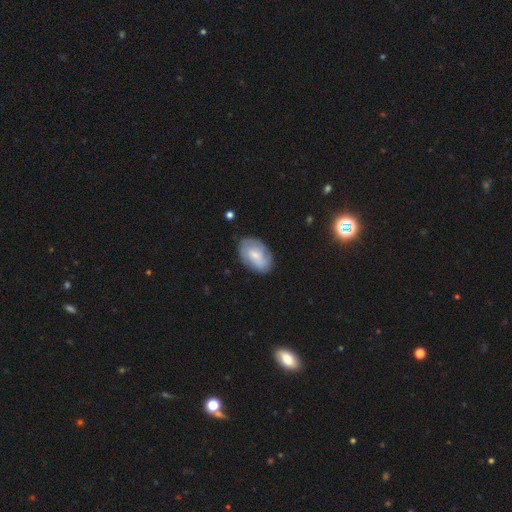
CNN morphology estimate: Smooth or featured?
  - smooth: 53% *
  - featured or disk: 40%
  - star or artifact: 7%
How rounded?
  - in between: 88% *
  - round: 11%
  - cigar-shaped: 1%
Merging?
  - none: 75% *
  - minor disturbance: 18%
  - major disturbance: 5%
  - merger: 2%